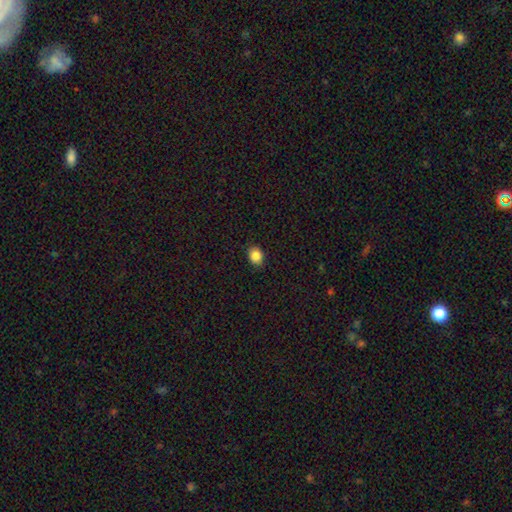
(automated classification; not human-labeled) smooth 86%, star or artifact 10%, featured or disk 4%. Down the decision tree: how rounded — round (50%); merging — none (88%).